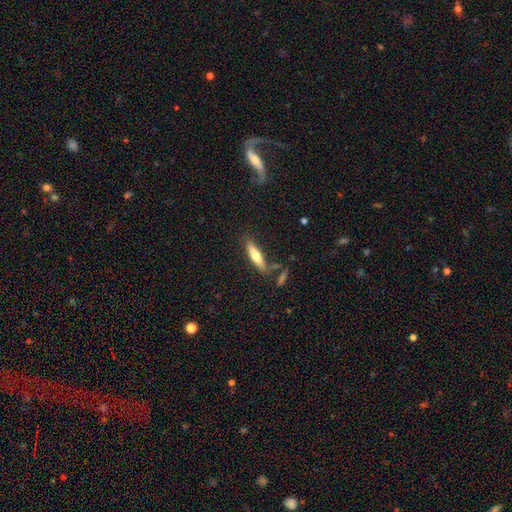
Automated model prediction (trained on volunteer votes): Q: Smooth or featured?
A: smooth (62%); runner-up: featured or disk (32%)
Q: How rounded?
A: cigar-shaped (74%); runner-up: in between (25%)
Q: Merging?
A: none (75%); runner-up: minor disturbance (14%)